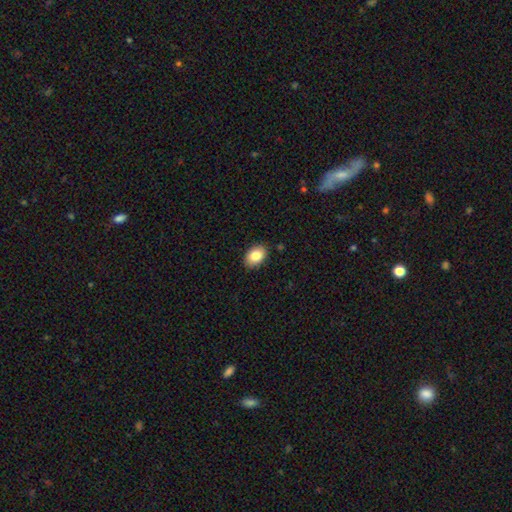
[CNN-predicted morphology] type=smooth (84%); roundness=in between (85%); merging=none (88%).